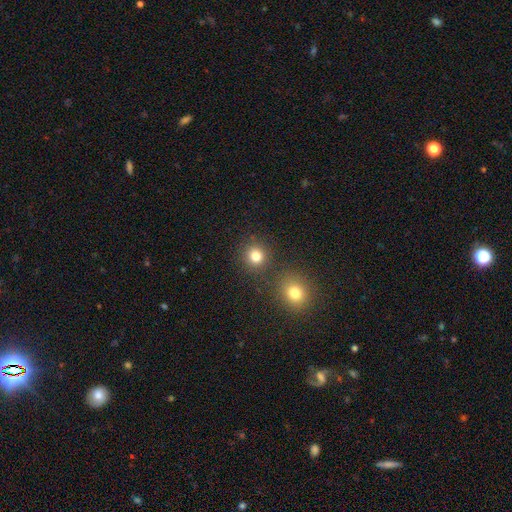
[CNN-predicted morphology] A smooth galaxy with no disk features (80%) that is round (89%).

Vote fractions:
- Smooth or featured? smooth: 80% / star or artifact: 15% / featured or disk: 5%
- How rounded? round: 89% / in between: 11% / cigar-shaped: 1%
- Merging? none: 81% / merger: 9% / minor disturbance: 7% / major disturbance: 3%